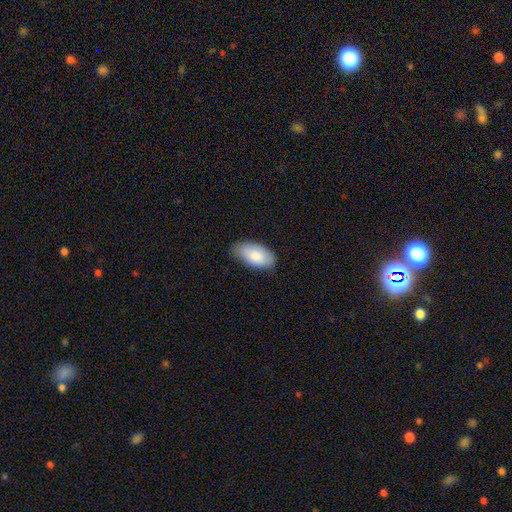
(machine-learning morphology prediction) A smooth galaxy with no disk features (86%) that is in between round and cigar-shaped (95%).

Vote fractions:
- Smooth or featured? smooth: 86% / featured or disk: 8% / star or artifact: 6%
- How rounded? in between: 95% / cigar-shaped: 3% / round: 2%
- Merging? none: 76% / minor disturbance: 19% / major disturbance: 3% / merger: 1%